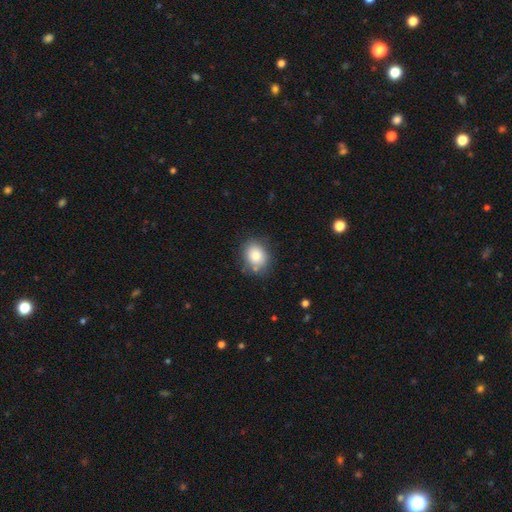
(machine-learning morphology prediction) Q: Smooth or featured?
A: smooth (83%); runner-up: star or artifact (9%)
Q: How rounded?
A: round (53%); runner-up: in between (46%)
Q: Merging?
A: none (77%); runner-up: minor disturbance (15%)